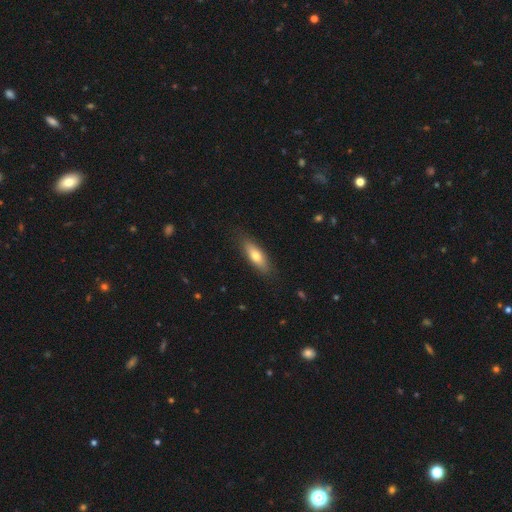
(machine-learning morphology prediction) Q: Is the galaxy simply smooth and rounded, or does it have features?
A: smooth — 68%.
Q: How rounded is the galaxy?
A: in between — 53%.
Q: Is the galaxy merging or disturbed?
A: none — 84%.